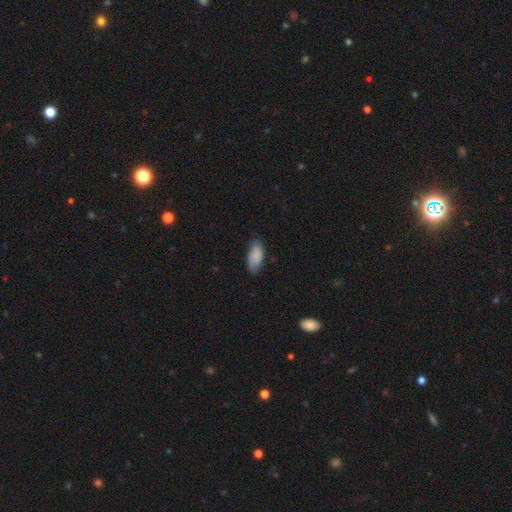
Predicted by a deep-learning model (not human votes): A smooth galaxy with no disk features (78%) that is in between round and cigar-shaped (86%).

Vote fractions:
- Smooth or featured? smooth: 78% / featured or disk: 16% / star or artifact: 7%
- How rounded? in between: 86% / cigar-shaped: 12% / round: 2%
- Merging? none: 73% / minor disturbance: 21% / major disturbance: 4% / merger: 1%